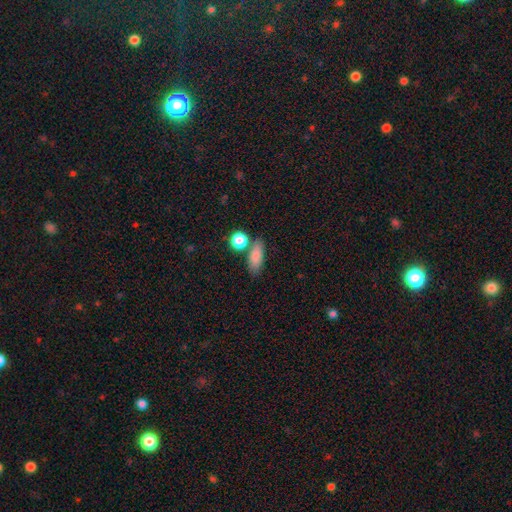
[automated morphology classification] Smooth or featured: smooth — 83% (featured or disk — 8%)
How rounded: in between — 70% (cigar-shaped — 20%)
Merging: none — 68% (merger — 15%)